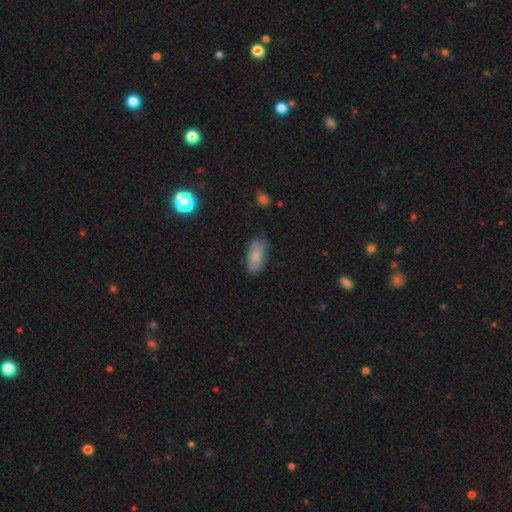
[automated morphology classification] smooth 80%, featured or disk 13%, star or artifact 8%. Down the decision tree: how rounded — in between (90%); merging — none (68%).